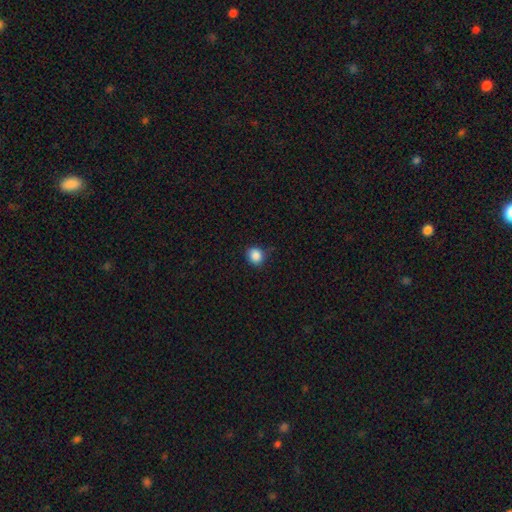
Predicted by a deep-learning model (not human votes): Smooth or featured: smooth — 87% (star or artifact — 10%)
How rounded: round — 74% (in between — 25%)
Merging: none — 82% (minor disturbance — 14%)